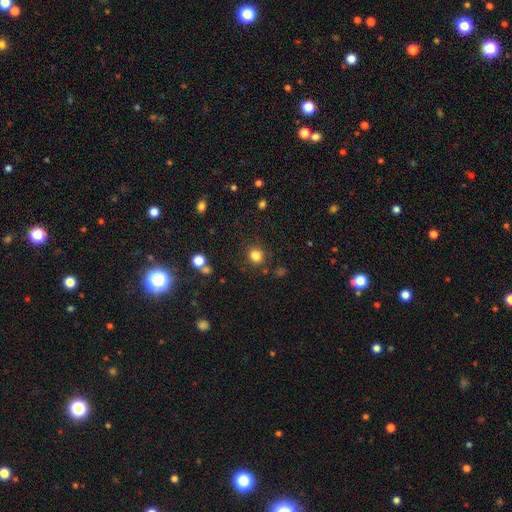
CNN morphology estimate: smooth 82%, star or artifact 13%, featured or disk 5%. Down the decision tree: how rounded — round (85%); merging — none (84%).